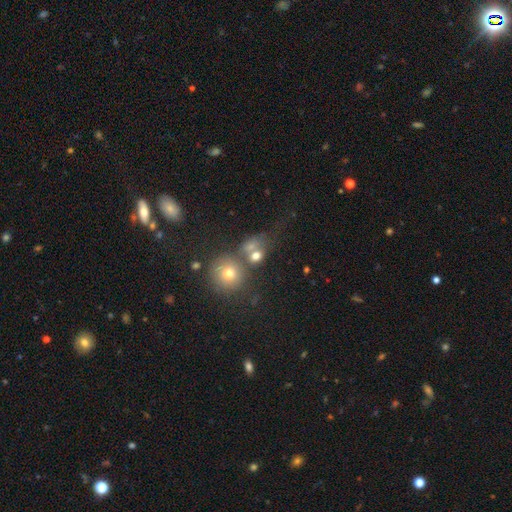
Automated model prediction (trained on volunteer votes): smooth_or_featured: smooth (p=0.67) [alt: star or artifact p=0.17]
how_rounded: round (p=0.59) [alt: in between p=0.39]
merging: none (p=0.39) [tied with: merger p=0.39]